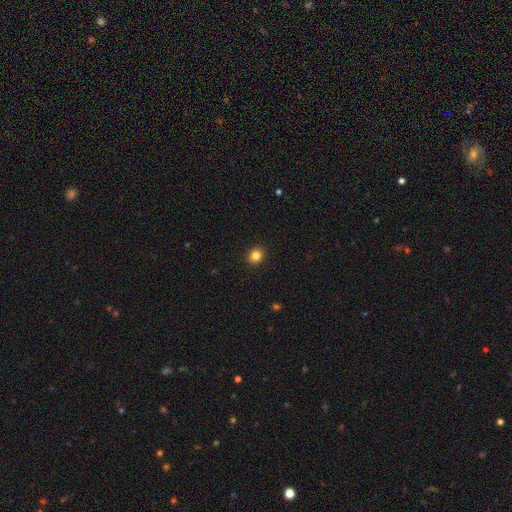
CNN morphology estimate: A smooth galaxy with no disk features (84%) that is round (77%).

Vote fractions:
- Smooth or featured? smooth: 84% / star or artifact: 11% / featured or disk: 5%
- How rounded? round: 77% / in between: 23% / cigar-shaped: 1%
- Merging? none: 92% / minor disturbance: 6% / major disturbance: 2% / merger: 1%